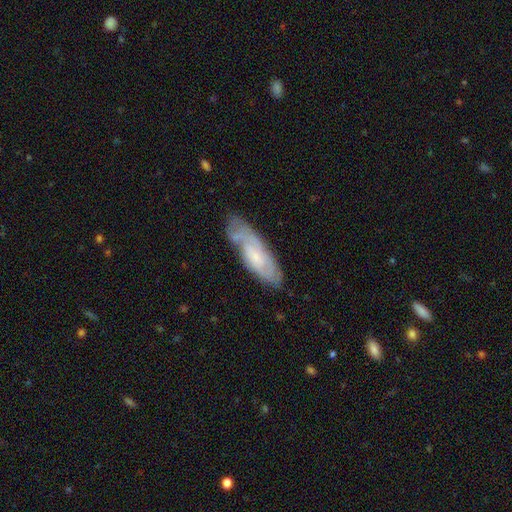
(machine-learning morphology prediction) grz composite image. It shows a featured or disk galaxy (63%) with no bar (65%), spiral arms (86%) and a small central bulge (60%). Merging: none (63%).